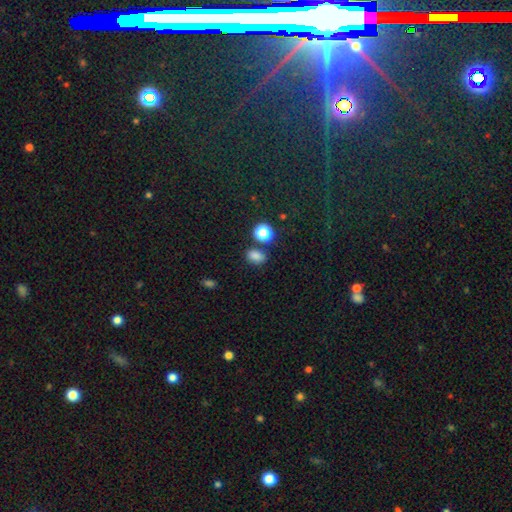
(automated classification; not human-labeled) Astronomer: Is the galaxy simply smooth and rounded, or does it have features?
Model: smooth — 80%.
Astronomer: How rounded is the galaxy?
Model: in between — 68%.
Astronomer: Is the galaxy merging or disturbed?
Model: none — 75%.